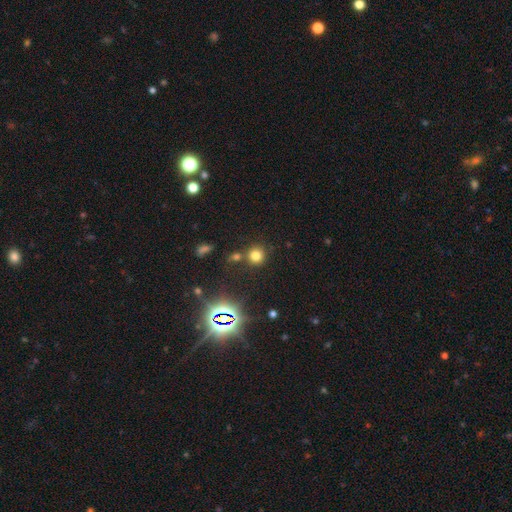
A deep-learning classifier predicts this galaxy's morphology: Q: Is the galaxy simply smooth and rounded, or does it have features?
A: smooth — 70%.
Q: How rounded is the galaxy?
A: round — 90%.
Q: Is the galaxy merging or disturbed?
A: none — 75%.